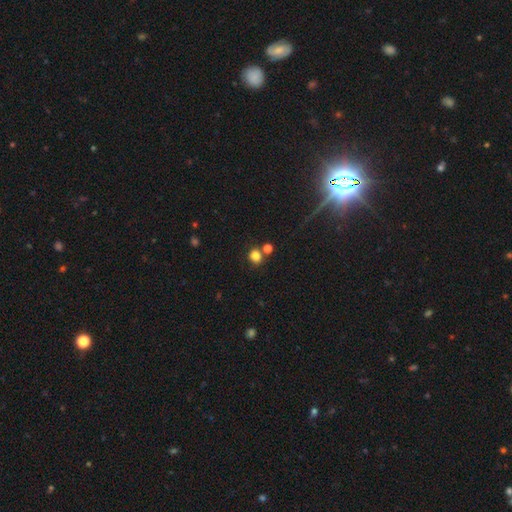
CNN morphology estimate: A smooth galaxy with no disk features (80%) that is round (78%). Merging: none (68%).